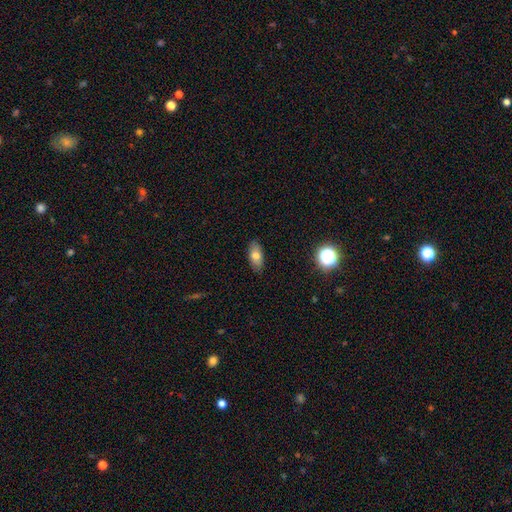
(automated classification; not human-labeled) This is likely a smooth galaxy (74%). How rounded: clearly in between (87%). Merging: clearly none (86%).